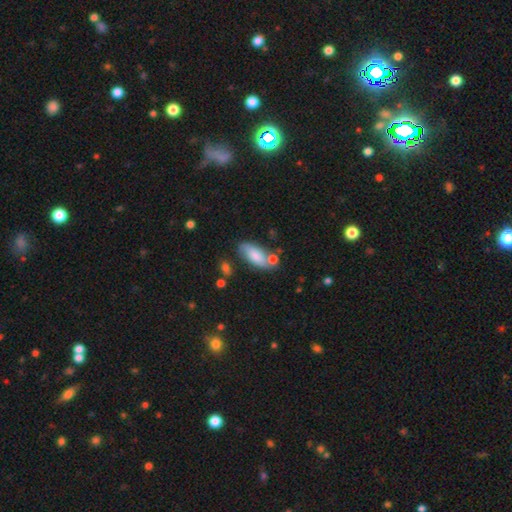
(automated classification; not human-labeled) The model was most divided on "merging": none: 61%, minor disturbance: 18%, merger: 15%, major disturbance: 5%. More confident: how rounded — in between (82%); smooth or featured — smooth (78%).